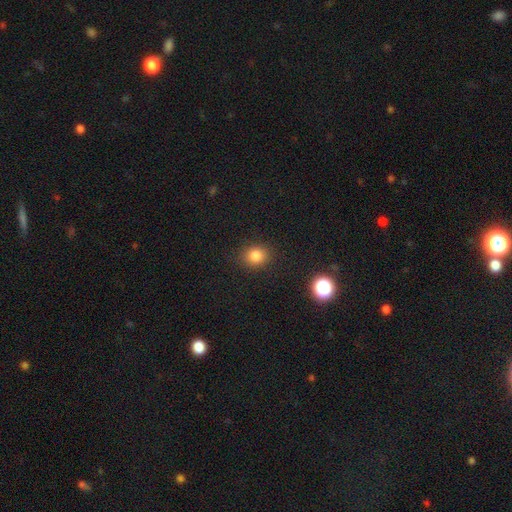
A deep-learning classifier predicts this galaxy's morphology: This is clearly a smooth galaxy (82%). How rounded: likely round (70%). Merging: clearly none (88%).